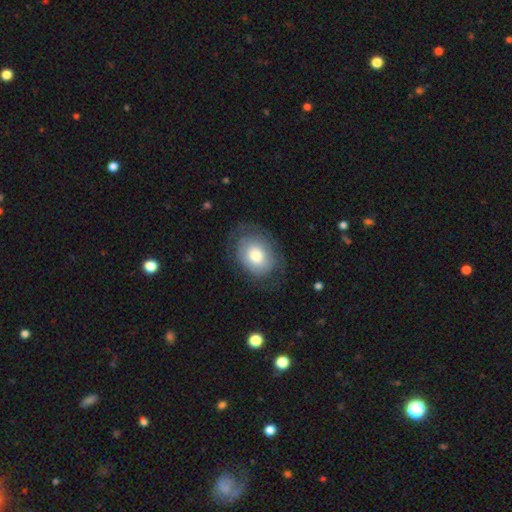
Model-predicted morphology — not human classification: Overall: smooth (58%; featured or disk 35%). How rounded: in between (65%; round 35%). Merging: none (68%).